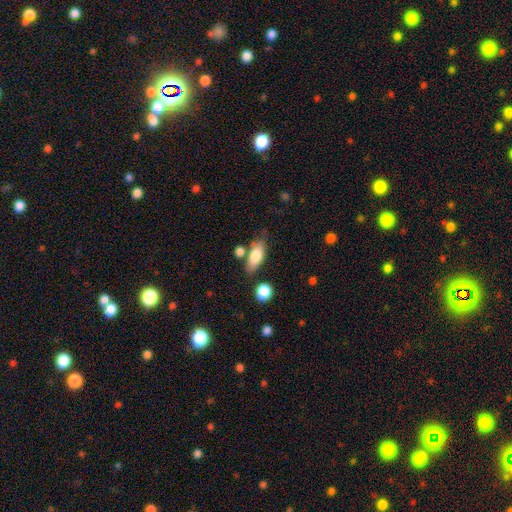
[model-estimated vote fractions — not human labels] This is likely a smooth galaxy (78%). How rounded: likely in between (77%). Merging: likely none (67%).